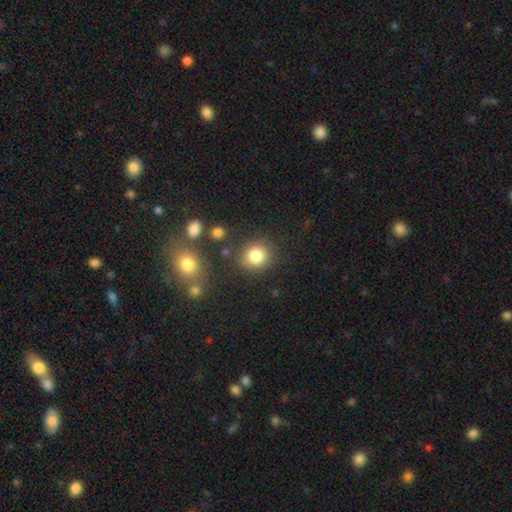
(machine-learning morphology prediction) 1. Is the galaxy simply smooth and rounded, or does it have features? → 82% smooth, 11% star or artifact, 7% featured or disk.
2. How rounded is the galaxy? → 84% round, 15% in between, 1% cigar-shaped.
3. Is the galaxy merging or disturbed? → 81% none, 10% minor disturbance, 5% merger, 4% major disturbance.